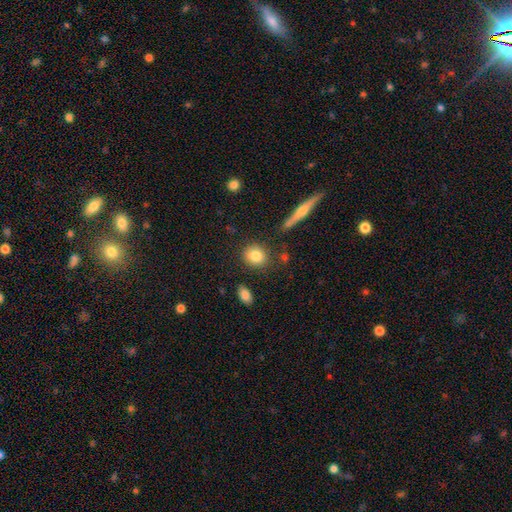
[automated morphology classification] Q: Smooth or featured?
A: smooth (84%); runner-up: featured or disk (9%)
Q: How rounded?
A: round (70%); runner-up: in between (28%)
Q: Merging?
A: none (83%); runner-up: minor disturbance (9%)